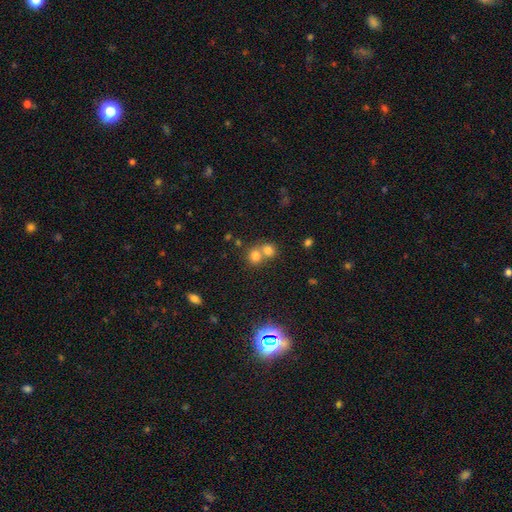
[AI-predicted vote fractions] A smooth galaxy with no disk features (75%) that is round (76%).

Vote fractions:
- Smooth or featured? smooth: 75% / star or artifact: 15% / featured or disk: 10%
- How rounded? round: 76% / in between: 23% / cigar-shaped: 1%
- Merging? merger: 54% / none: 38% / minor disturbance: 5% / major disturbance: 3%